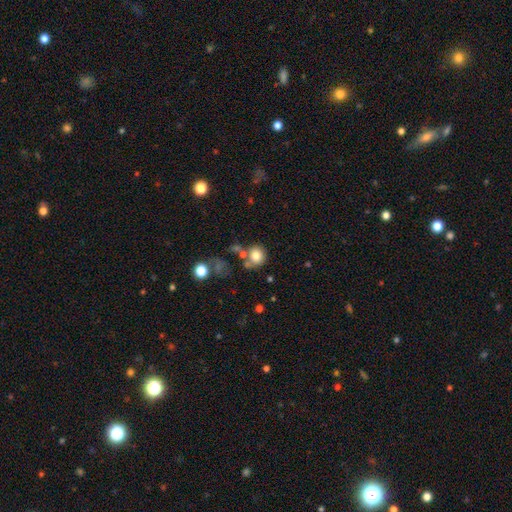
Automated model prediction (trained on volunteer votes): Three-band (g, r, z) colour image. It shows a smooth galaxy with no disk features (78%) that is round (83%). Merging: none (59%).